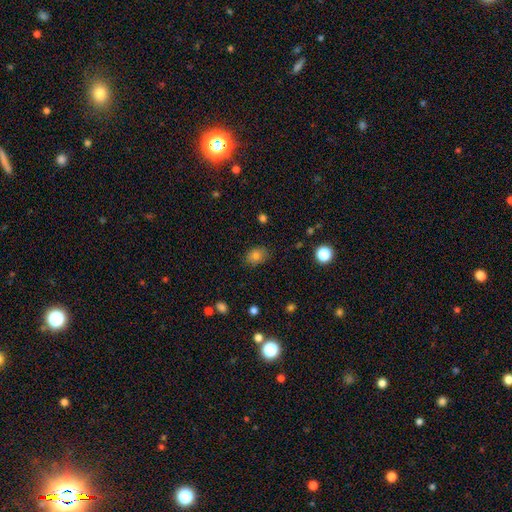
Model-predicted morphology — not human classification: This appears to be a smooth galaxy with no disk features (80%) that is in between round and cigar-shaped (65%). Merging: none (81%).